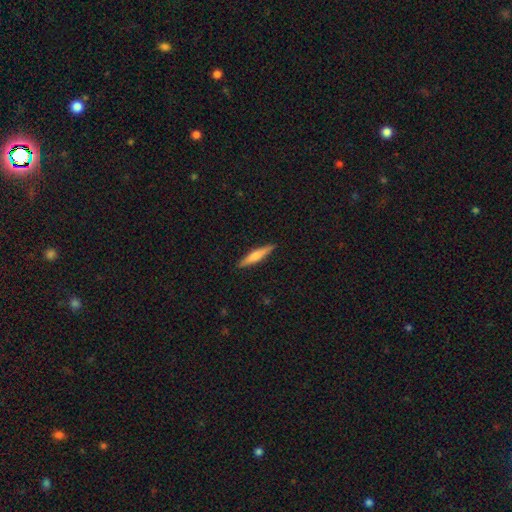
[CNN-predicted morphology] Smooth or featured: smooth — 52% (featured or disk — 43%)
How rounded: cigar-shaped — 88% (in between — 11%)
Merging: none — 91% (minor disturbance — 6%)